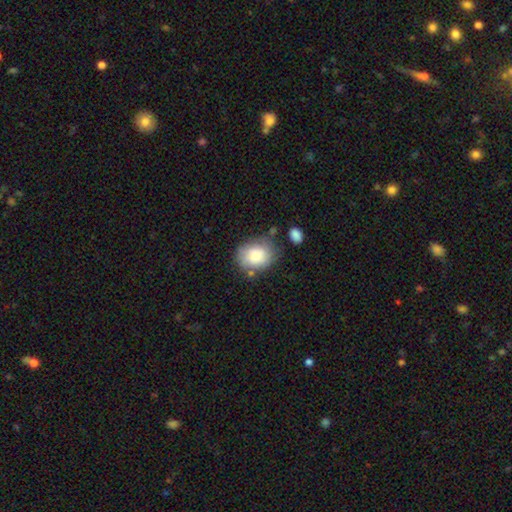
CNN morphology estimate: This is clearly a smooth galaxy (82%). How rounded: possibly in between (53%). Merging: likely none (64%).